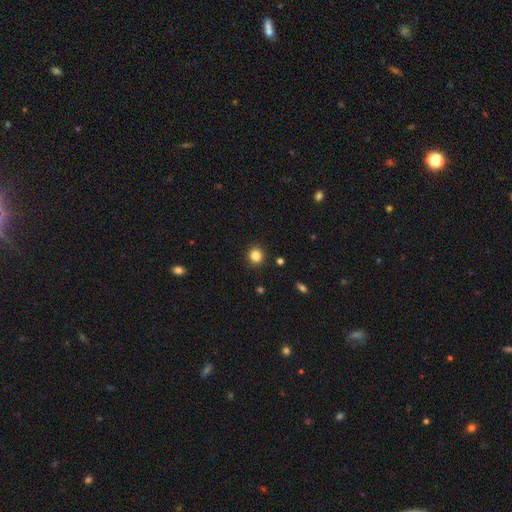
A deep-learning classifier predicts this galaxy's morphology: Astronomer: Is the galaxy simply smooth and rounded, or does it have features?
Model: smooth — 84%.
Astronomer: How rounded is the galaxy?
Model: round — 90%.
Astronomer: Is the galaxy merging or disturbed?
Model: none — 91%.